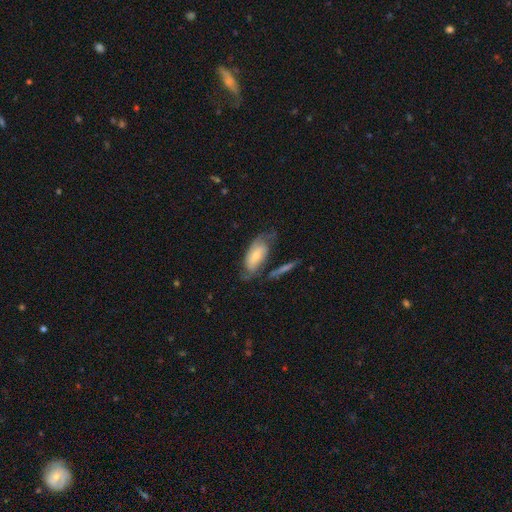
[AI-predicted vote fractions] Q: Smooth or featured?
A: featured or disk (47%); runner-up: smooth (46%)
Q: Merging?
A: none (48%); runner-up: minor disturbance (26%)